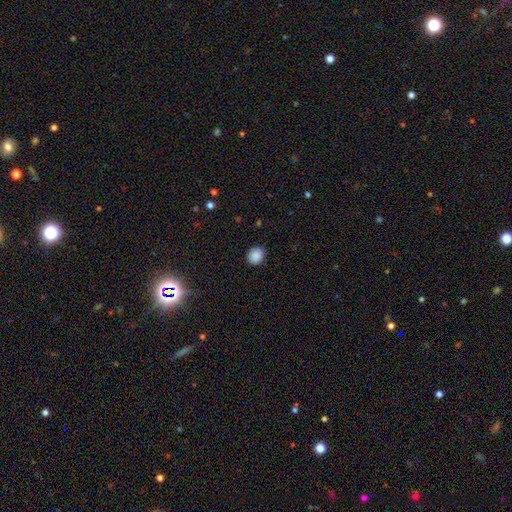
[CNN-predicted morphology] smooth-or-featured: smooth: 88% | star or artifact: 9% | featured or disk: 3%
  how-rounded: round: 67% | in between: 32% | cigar-shaped: 1%
  merging: none: 89% | minor disturbance: 8% | major disturbance: 2% | merger: 1%